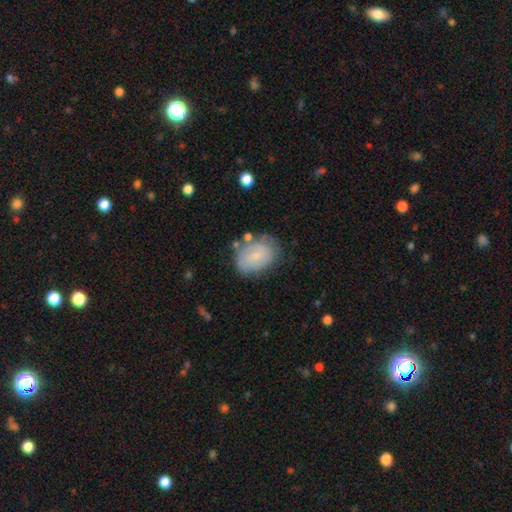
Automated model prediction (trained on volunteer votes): Smooth or featured: smooth — 66% (featured or disk — 26%)
How rounded: in between — 76% (round — 23%)
Merging: none — 63% (minor disturbance — 24%)